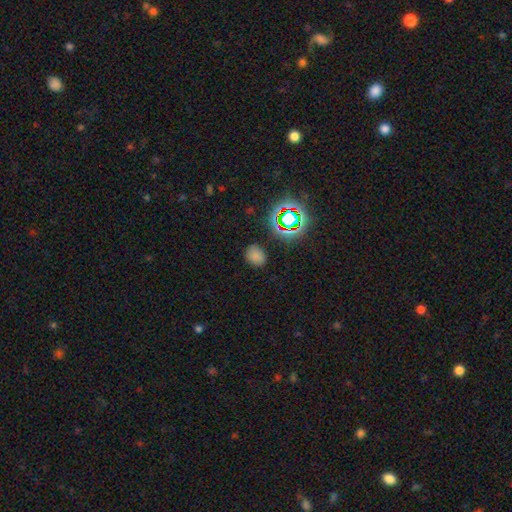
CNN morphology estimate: Smooth or featured? smooth (70%)
How rounded? round (54%)
Merging? none (81%)